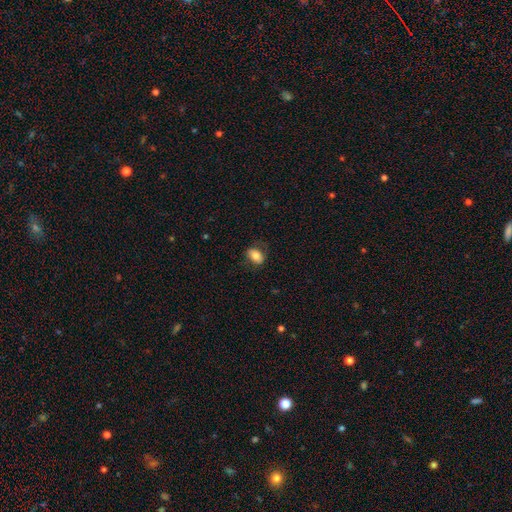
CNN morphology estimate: This is likely a smooth galaxy (76%). How rounded: clearly in between (85%). Merging: likely none (73%).